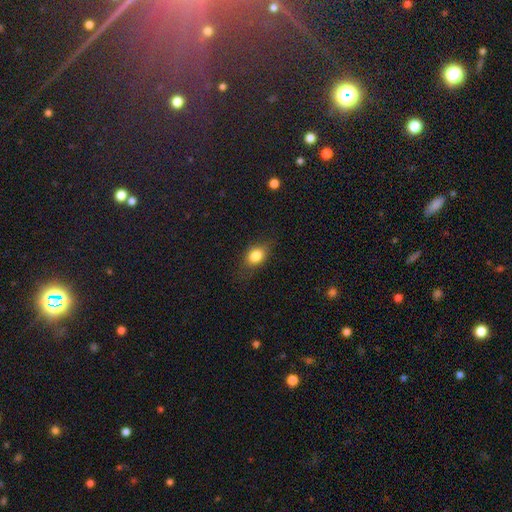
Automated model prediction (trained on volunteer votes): Smooth or featured? smooth (81%)
How rounded? in between (68%)
Merging? none (75%)